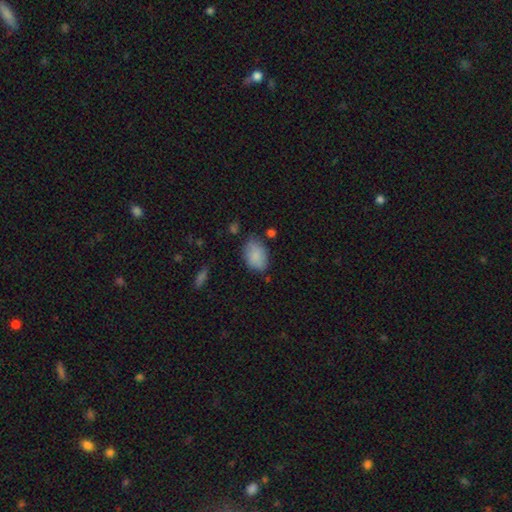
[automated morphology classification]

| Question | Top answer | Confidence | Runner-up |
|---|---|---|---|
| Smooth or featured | smooth | 85% | featured or disk (8%) |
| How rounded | in between | 86% | round (13%) |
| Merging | none | 69% | minor disturbance (23%) |